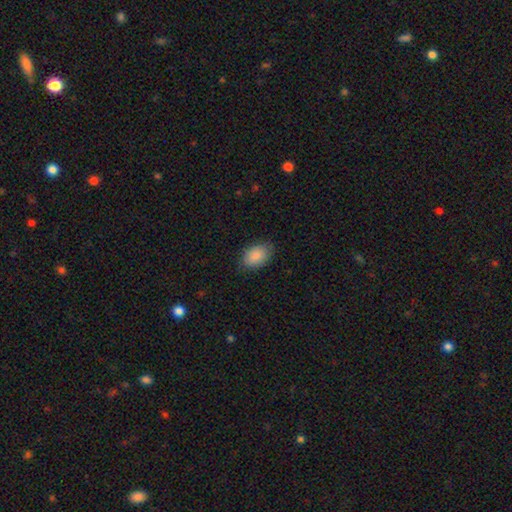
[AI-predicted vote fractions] Morphology: type=smooth (89%); roundness=in between (88%); merging=none (82%).